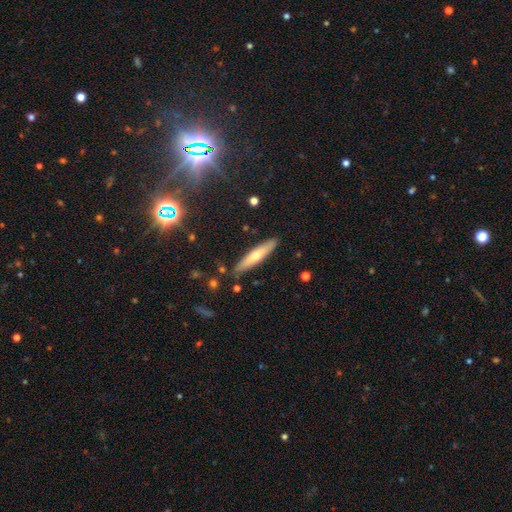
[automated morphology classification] type=smooth (54%); roundness=cigar-shaped (88%); merging=none (87%).